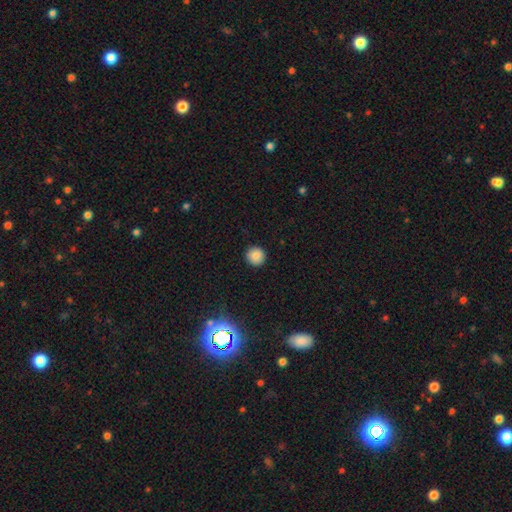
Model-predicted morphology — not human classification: Q: Smooth or featured?
A: smooth (85%); runner-up: star or artifact (11%)
Q: How rounded?
A: round (95%); runner-up: in between (5%)
Q: Merging?
A: none (92%); runner-up: minor disturbance (6%)